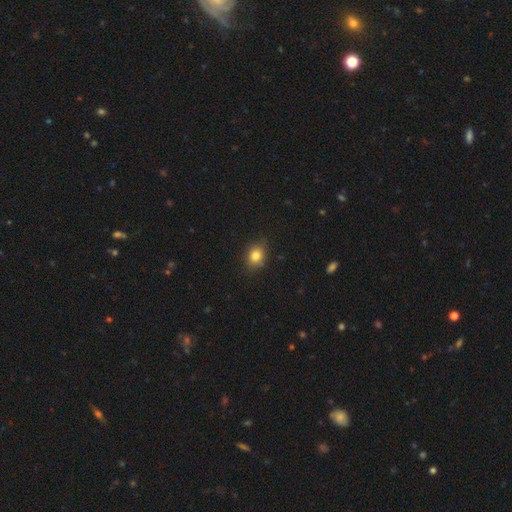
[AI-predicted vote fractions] This is clearly a smooth galaxy (82%). How rounded: possibly round (52%). Merging: clearly none (80%).